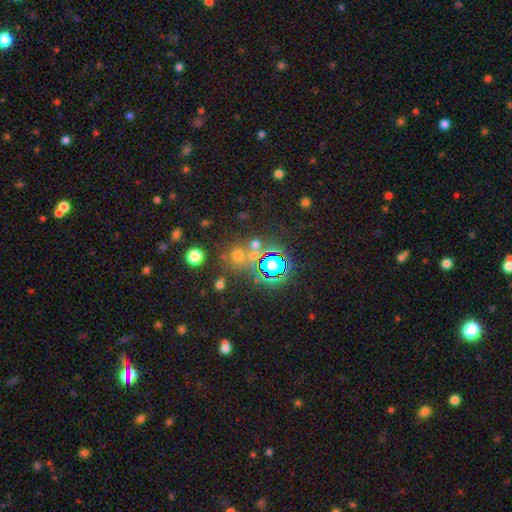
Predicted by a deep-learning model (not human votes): Smooth or featured?
  - star or artifact: 60% *
  - smooth: 30%
  - featured or disk: 9%